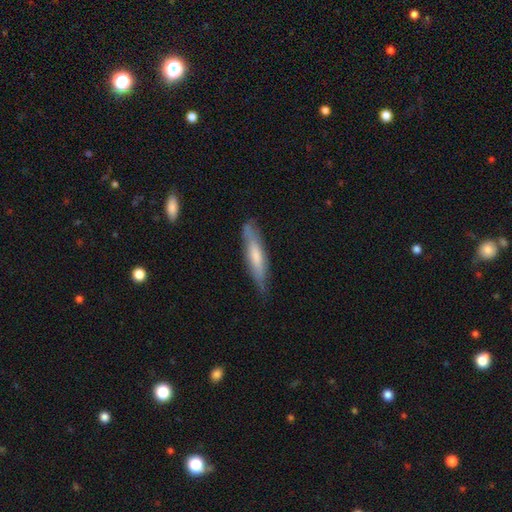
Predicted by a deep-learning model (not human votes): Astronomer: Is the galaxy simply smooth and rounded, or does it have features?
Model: smooth — 54% (runner-up: featured or disk, 40%).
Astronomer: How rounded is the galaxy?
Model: cigar-shaped — 84%.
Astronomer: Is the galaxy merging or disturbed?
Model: none — 74%.